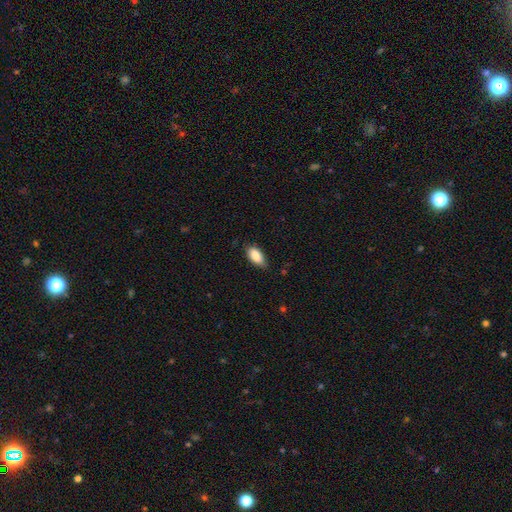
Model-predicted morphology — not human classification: The model was most divided on "merging": none: 74%, minor disturbance: 21%, major disturbance: 3%, merger: 1%. More confident: how rounded — in between (91%); smooth or featured — smooth (87%).